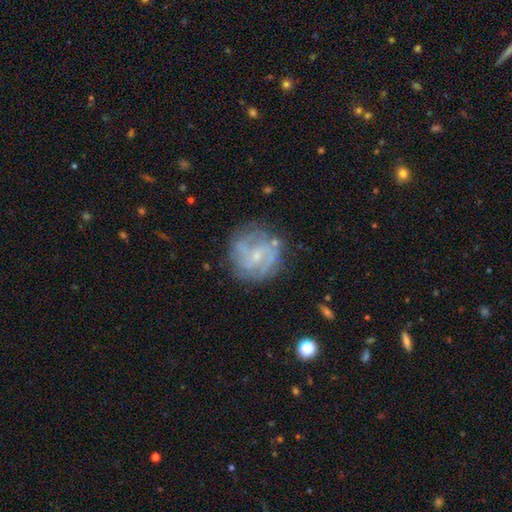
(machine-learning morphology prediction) featured or disk 77%, smooth 15%, star or artifact 7%. Down the decision tree: edge-on disk — no (97%); bar — no (47%); spiral arms — yes (87%); spiral arm count — 2 (33%, tied with can't tell); spiral winding — tight (45%); bulge size — small (74%); merging — none (72%).